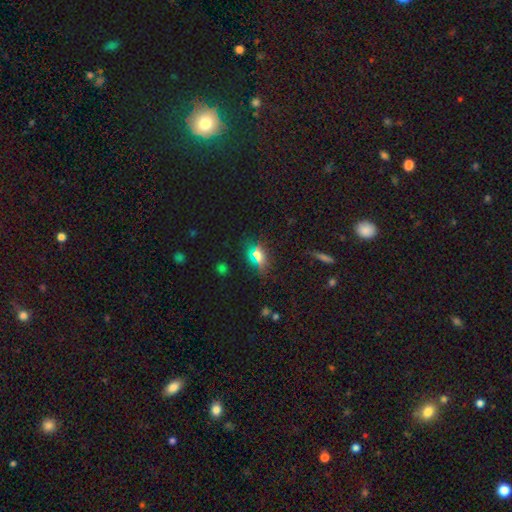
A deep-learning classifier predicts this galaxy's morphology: A smooth galaxy with no disk features (53%) that is in between round and cigar-shaped (62%).

Vote fractions:
- Smooth or featured? smooth: 53% / star or artifact: 33% / featured or disk: 14%
- How rounded? in between: 62% / round: 29% / cigar-shaped: 10%
- Merging? none: 81% / minor disturbance: 11% / major disturbance: 5% / merger: 3%